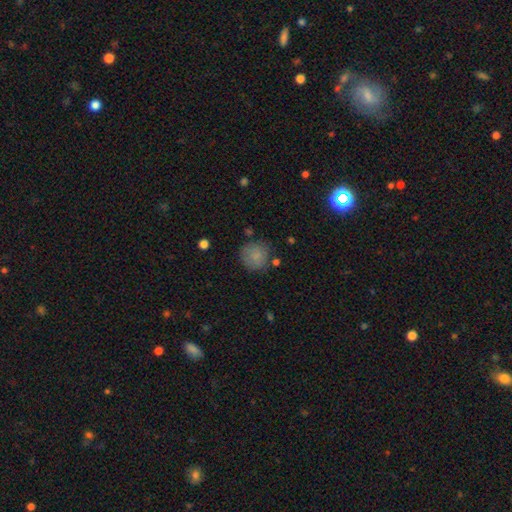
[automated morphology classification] A smooth galaxy with no disk features (82%) that is round (91%).

Vote fractions:
- Smooth or featured? smooth: 82% / featured or disk: 10% / star or artifact: 9%
- How rounded? round: 91% / in between: 8% / cigar-shaped: 1%
- Merging? none: 73% / minor disturbance: 17% / major disturbance: 6% / merger: 4%